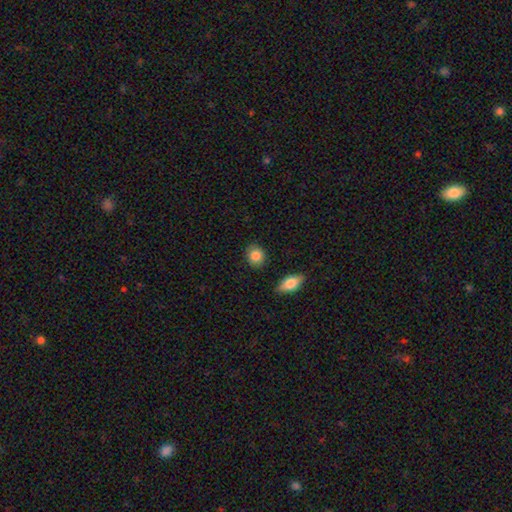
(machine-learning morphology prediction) The model was most divided on "how rounded": round: 59%, in between: 40%, cigar-shaped: 2%. More confident: smooth or featured — smooth (86%); merging — none (86%).